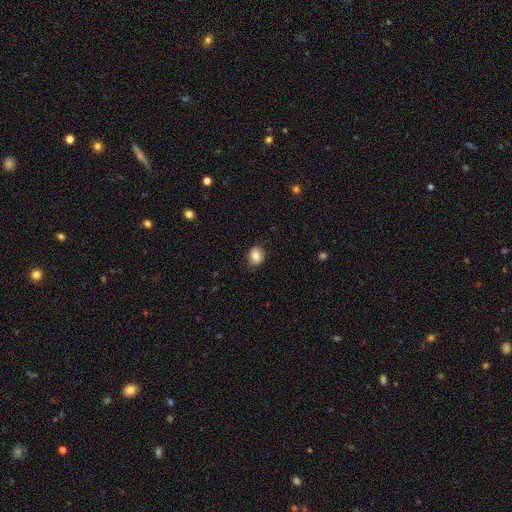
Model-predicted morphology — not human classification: Smooth or featured?
  - smooth: 81% *
  - featured or disk: 10%
  - star or artifact: 9%
How rounded?
  - round: 60% *
  - in between: 39%
  - cigar-shaped: 1%
Merging?
  - none: 84% *
  - minor disturbance: 12%
  - major disturbance: 3%
  - merger: 1%